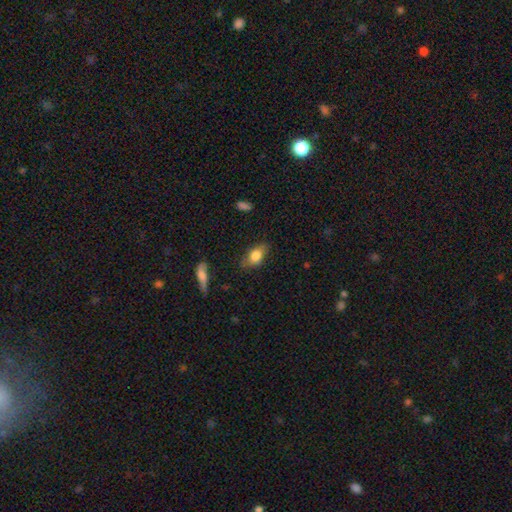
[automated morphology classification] Smooth or featured? Predicted: smooth (p=0.76). How rounded? Predicted: in between (p=0.83). Merging? Predicted: none (p=0.71).